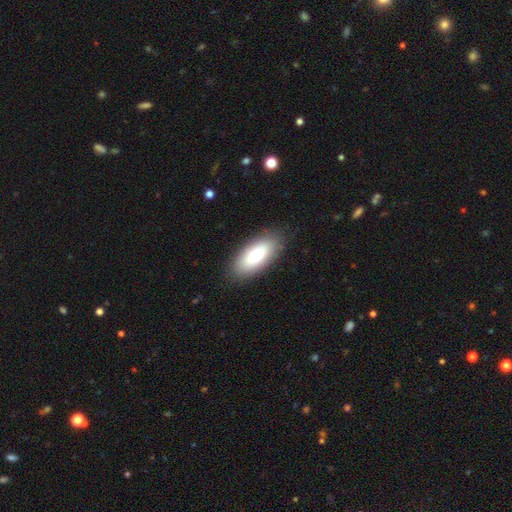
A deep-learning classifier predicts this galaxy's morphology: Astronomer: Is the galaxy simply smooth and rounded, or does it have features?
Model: smooth — 77%.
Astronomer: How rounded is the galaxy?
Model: in between — 87%.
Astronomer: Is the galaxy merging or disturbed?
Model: none — 86%.